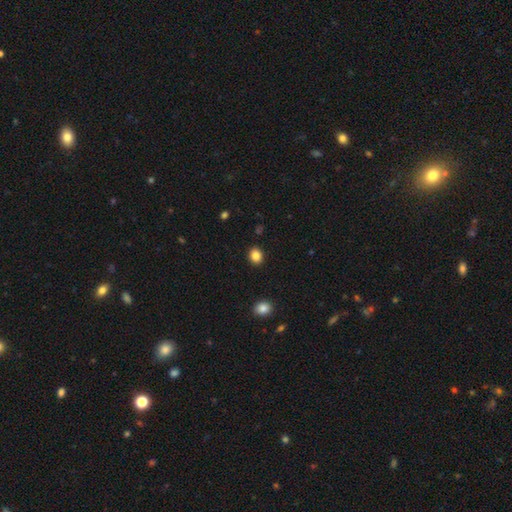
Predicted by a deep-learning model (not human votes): smooth_or_featured: smooth (p=0.85) [alt: star or artifact p=0.11]
how_rounded: round (p=0.65) [alt: in between p=0.35]
merging: none (p=0.90) [alt: minor disturbance p=0.06]